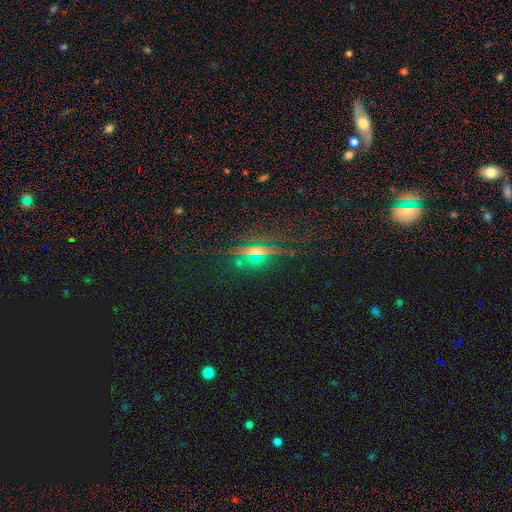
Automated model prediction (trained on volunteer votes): star or artifact 43%, smooth 40%, featured or disk 17%.